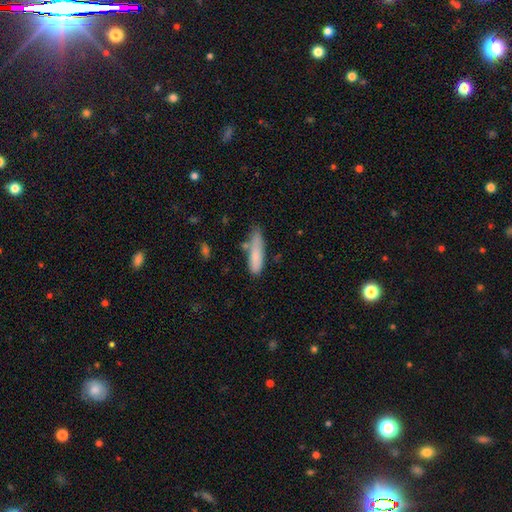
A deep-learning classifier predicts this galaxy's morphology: Smooth or featured?
  - smooth: 80% *
  - featured or disk: 13%
  - star or artifact: 7%
How rounded?
  - cigar-shaped: 74% *
  - in between: 24%
  - round: 2%
Merging?
  - none: 61% *
  - minor disturbance: 24%
  - merger: 8%
  - major disturbance: 6%